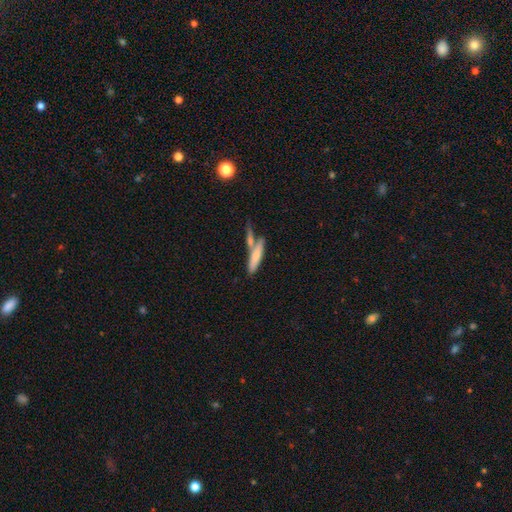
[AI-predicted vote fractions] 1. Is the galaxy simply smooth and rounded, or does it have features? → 68% smooth, 25% featured or disk, 6% star or artifact.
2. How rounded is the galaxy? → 79% cigar-shaped, 19% in between, 2% round.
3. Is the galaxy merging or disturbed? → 48% none, 34% merger, 13% minor disturbance, 5% major disturbance.